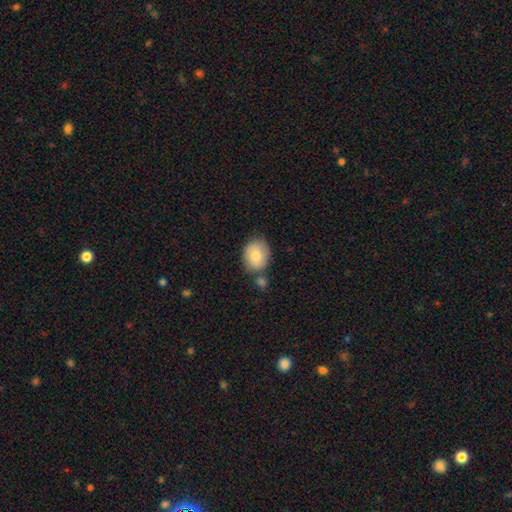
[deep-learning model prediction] Morphology: type=smooth (79%); roundness=in between (56%); merging=none (63%).